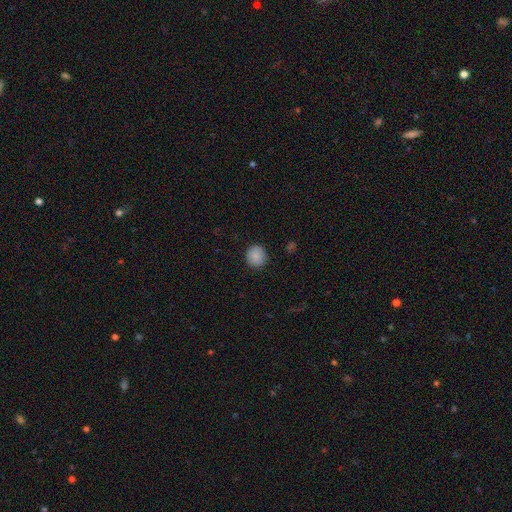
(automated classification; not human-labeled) smooth 88%, star or artifact 8%, featured or disk 4%. Down the decision tree: how rounded — round (92%); merging — none (90%).